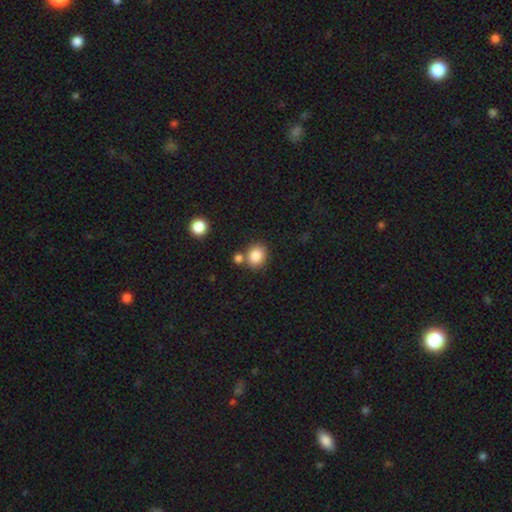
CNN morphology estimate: A smooth galaxy with no disk features (85%) that is round (69%).

Vote fractions:
- Smooth or featured? smooth: 85% / star or artifact: 9% / featured or disk: 5%
- How rounded? round: 69% / in between: 30% / cigar-shaped: 1%
- Merging? none: 68% / merger: 18% / minor disturbance: 11% / major disturbance: 3%